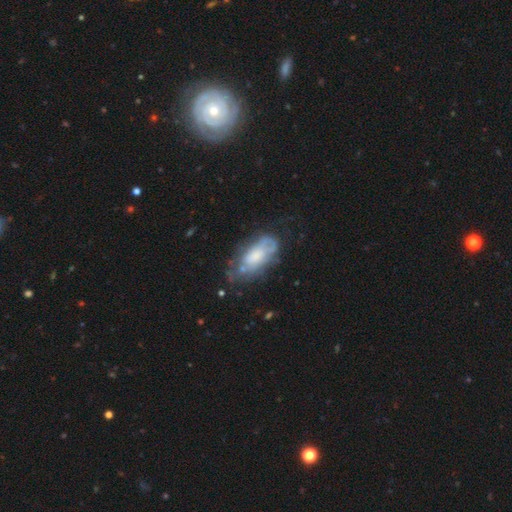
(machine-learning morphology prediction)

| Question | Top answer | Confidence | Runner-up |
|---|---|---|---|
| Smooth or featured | featured or disk | 51% | smooth (40%) |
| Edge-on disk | no | 88% | yes (12%) |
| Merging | none | 51% | minor disturbance (28%) |